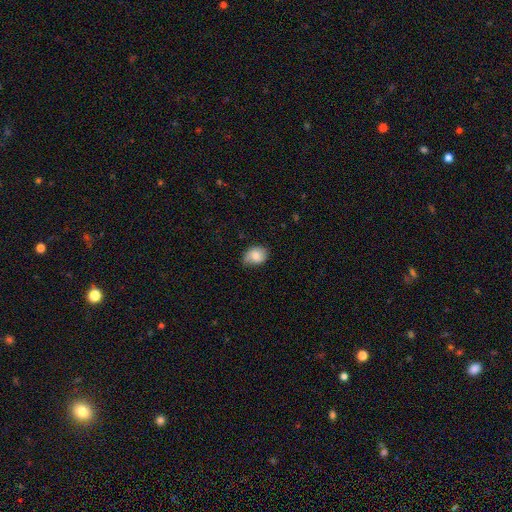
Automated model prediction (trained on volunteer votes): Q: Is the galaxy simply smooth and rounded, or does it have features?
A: smooth — 75%.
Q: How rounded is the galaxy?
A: in between — 59%.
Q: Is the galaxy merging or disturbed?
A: none — 62%.